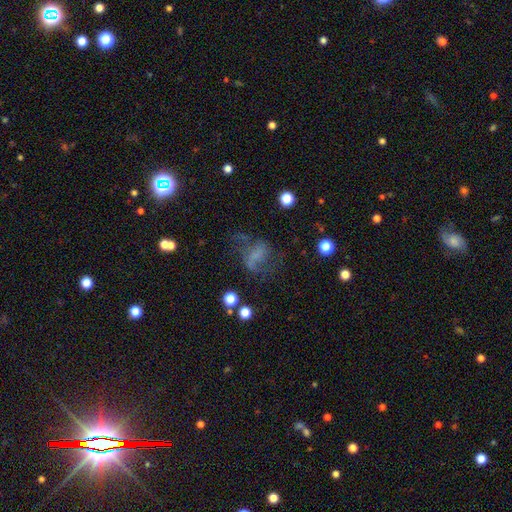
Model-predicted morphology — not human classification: The model was most divided on "merging": none: 41%, major disturbance: 36%, minor disturbance: 19%, merger: 4%. Remaining: smooth or featured — featured or disk (50%).